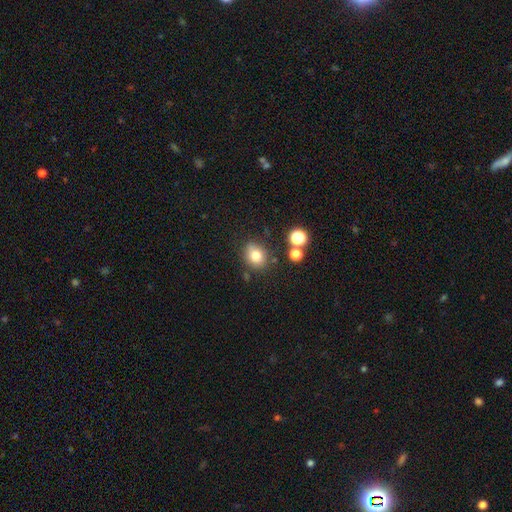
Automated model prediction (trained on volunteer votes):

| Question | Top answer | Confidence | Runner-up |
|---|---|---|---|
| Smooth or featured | smooth | 76% | star or artifact (14%) |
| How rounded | round | 67% | in between (32%) |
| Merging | none | 77% | minor disturbance (13%) |